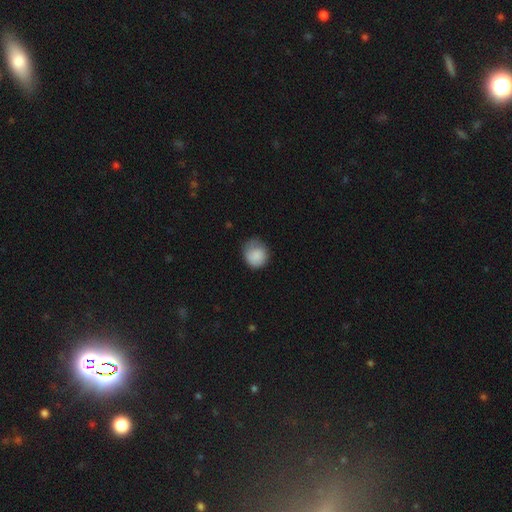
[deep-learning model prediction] A smooth galaxy with no disk features (85%) that is round (79%). Merging: none (59%).